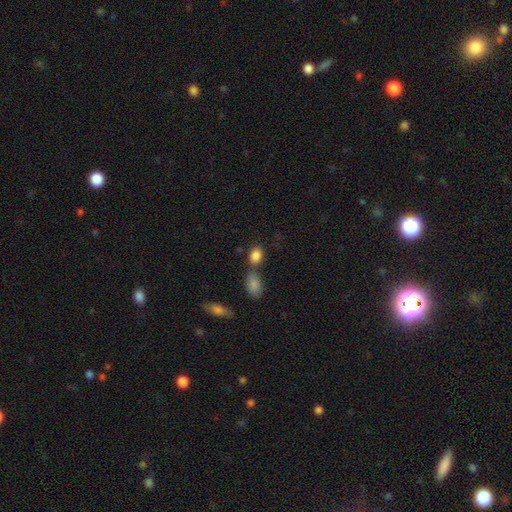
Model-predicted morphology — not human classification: The model was most divided on "merging": none: 55%, merger: 29%, minor disturbance: 12%, major disturbance: 4%. More confident: smooth or featured — smooth (86%); how rounded — in between (80%).